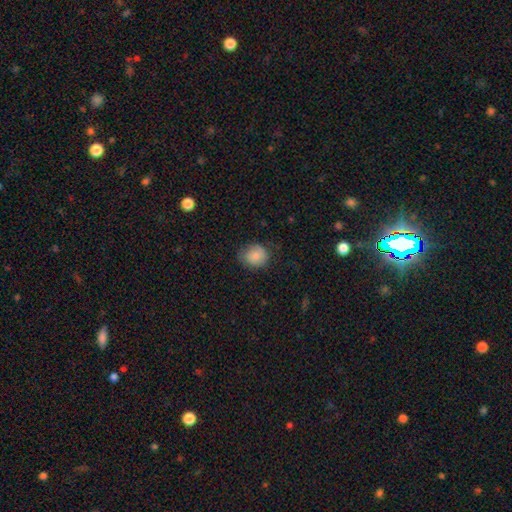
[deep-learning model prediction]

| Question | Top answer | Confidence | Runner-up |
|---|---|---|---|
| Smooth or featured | smooth | 84% | star or artifact (8%) |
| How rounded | round | 73% | in between (26%) |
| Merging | none | 70% | minor disturbance (23%) |